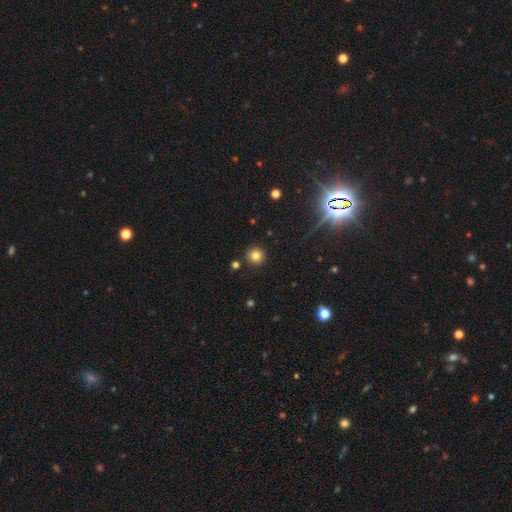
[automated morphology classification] This appears to be a smooth galaxy with no disk features (81%) that is round (95%). Merging: none (89%).